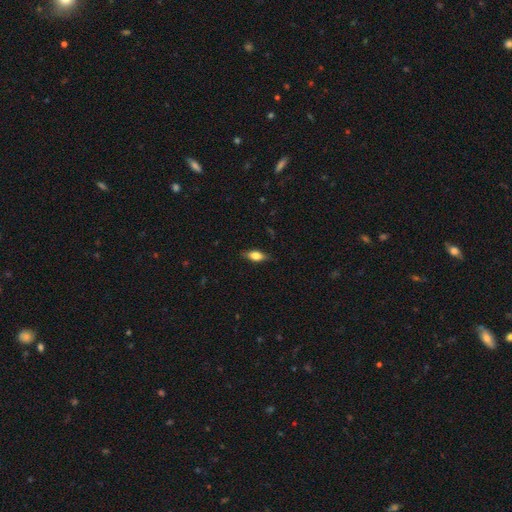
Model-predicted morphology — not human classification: Q: Smooth or featured?
A: smooth (62%); runner-up: featured or disk (30%)
Q: How rounded?
A: in between (74%); runner-up: cigar-shaped (21%)
Q: Merging?
A: none (83%); runner-up: minor disturbance (14%)